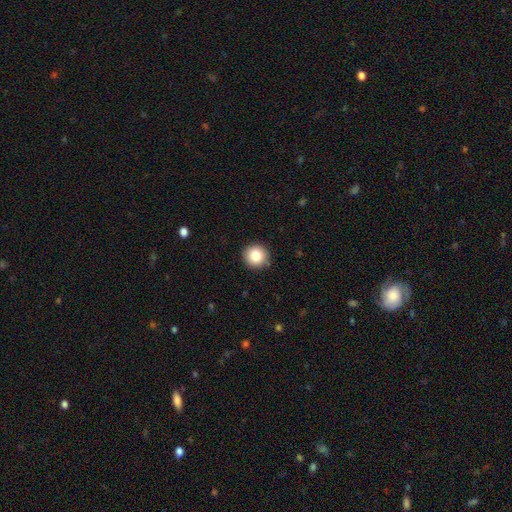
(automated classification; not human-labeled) This is clearly a smooth galaxy (83%). How rounded: clearly round (94%). Merging: clearly none (89%).